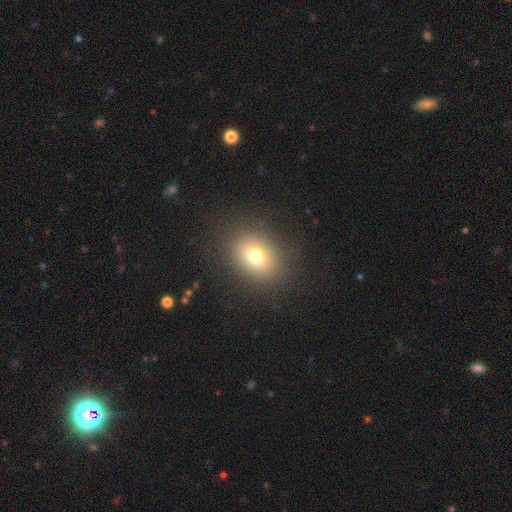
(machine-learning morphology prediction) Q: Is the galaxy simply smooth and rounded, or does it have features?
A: smooth — 73%.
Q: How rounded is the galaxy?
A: in between — 51%.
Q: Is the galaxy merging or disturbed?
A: none — 86%.